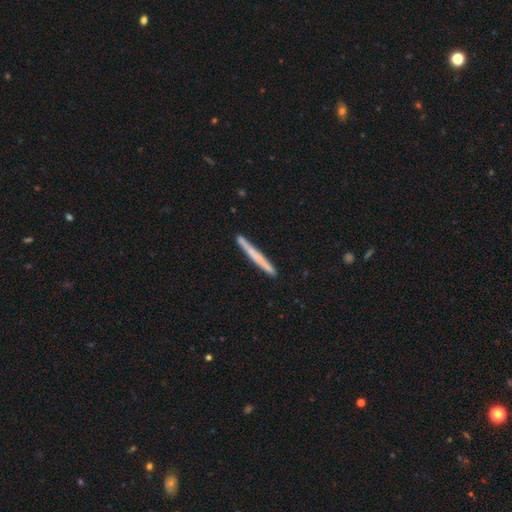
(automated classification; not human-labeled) Q: Smooth or featured?
A: smooth (59%); runner-up: featured or disk (35%)
Q: How rounded?
A: cigar-shaped (97%); runner-up: in between (2%)
Q: Merging?
A: none (89%); runner-up: minor disturbance (8%)